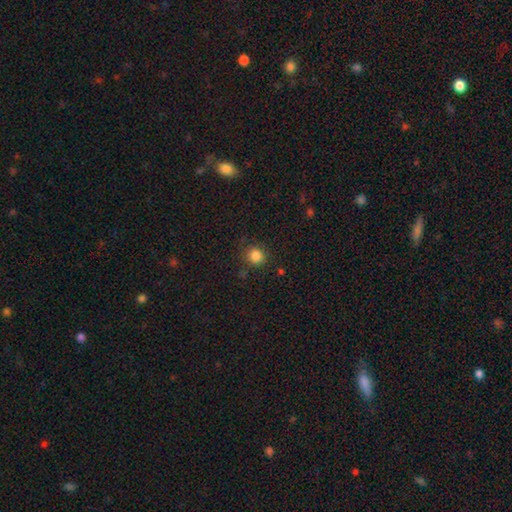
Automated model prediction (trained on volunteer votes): Morphology: type=smooth (84%); roundness=round (88%); merging=none (82%).